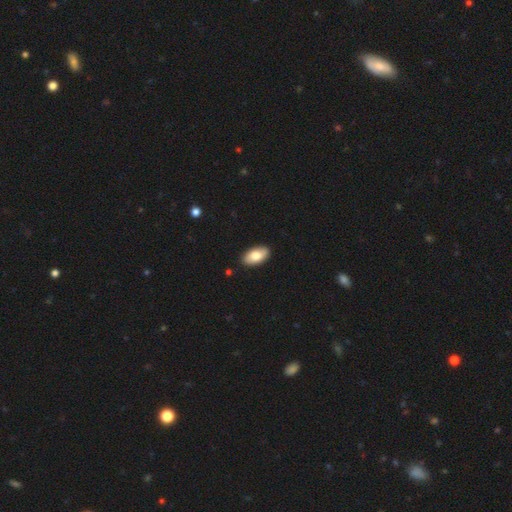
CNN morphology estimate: smooth-or-featured: smooth: 80% | featured or disk: 14% | star or artifact: 6%
  how-rounded: in between: 95% | round: 3% | cigar-shaped: 2%
  merging: none: 89% | minor disturbance: 8% | major disturbance: 2% | merger: 1%